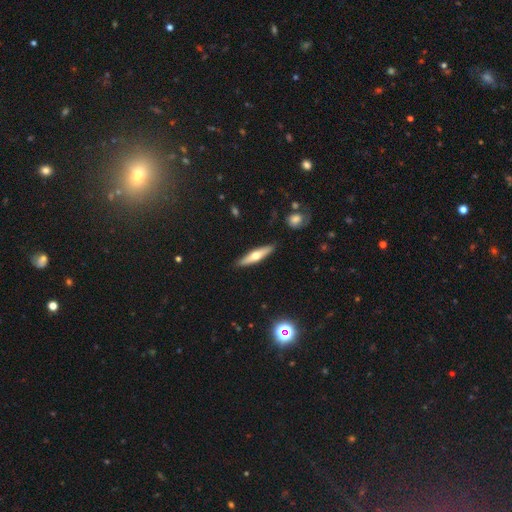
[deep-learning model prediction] Overall: featured or disk (47%, tied with smooth). Merging: none (88%).